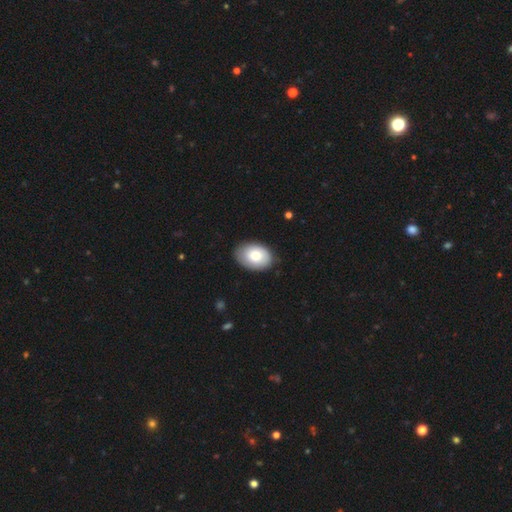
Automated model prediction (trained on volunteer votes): Morphology: type=smooth (79%); roundness=in between (83%); merging=none (83%).